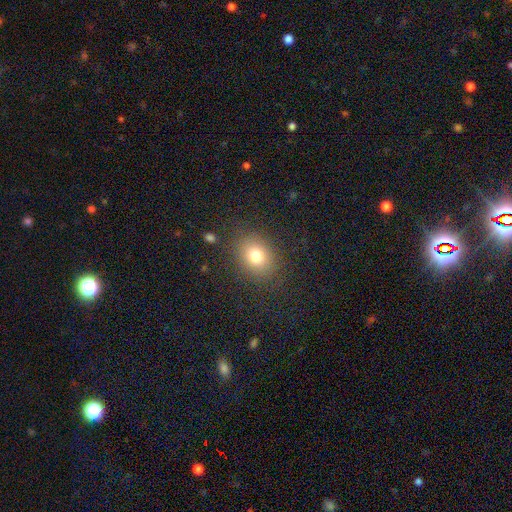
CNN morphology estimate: Smooth or featured?
  - smooth: 76% *
  - star or artifact: 13%
  - featured or disk: 10%
How rounded?
  - round: 51% *
  - in between: 48%
  - cigar-shaped: 1%
Merging?
  - none: 84% *
  - minor disturbance: 10%
  - major disturbance: 5%
  - merger: 1%